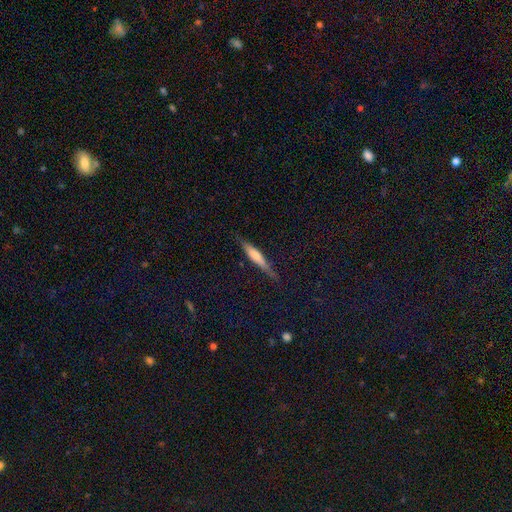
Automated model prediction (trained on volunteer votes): This appears to be a smooth galaxy with no disk features (50%). Merging: none (79%).